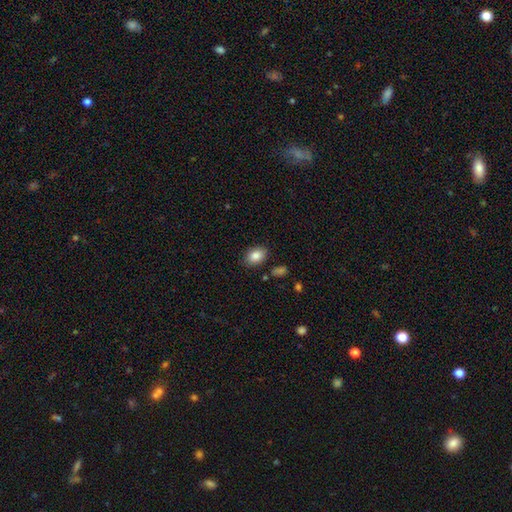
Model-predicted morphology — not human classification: smooth 86%, star or artifact 8%, featured or disk 7%. Down the decision tree: how rounded — in between (80%); merging — none (84%).